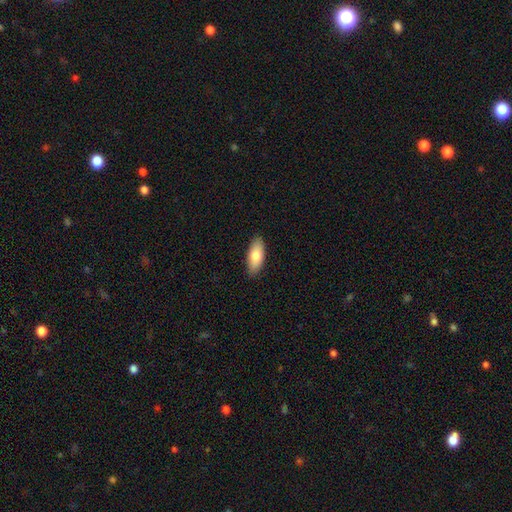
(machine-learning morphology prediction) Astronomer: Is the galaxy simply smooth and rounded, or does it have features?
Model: smooth — 80%.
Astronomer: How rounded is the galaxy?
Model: in between — 85%.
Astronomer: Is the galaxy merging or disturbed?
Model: none — 89%.